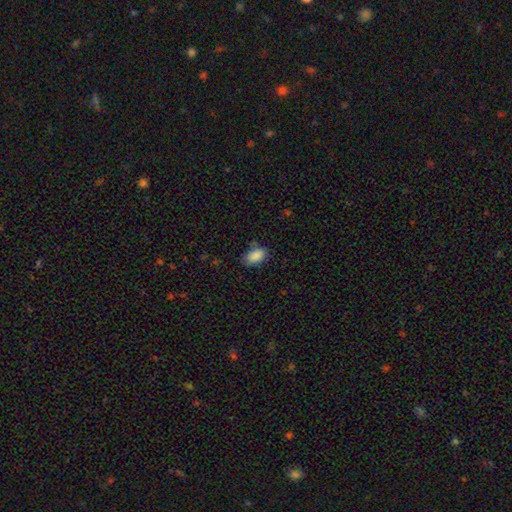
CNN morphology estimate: The model was most divided on "merging": none: 74%, minor disturbance: 19%, major disturbance: 4%, merger: 3%. More confident: how rounded — in between (90%); smooth or featured — smooth (88%).